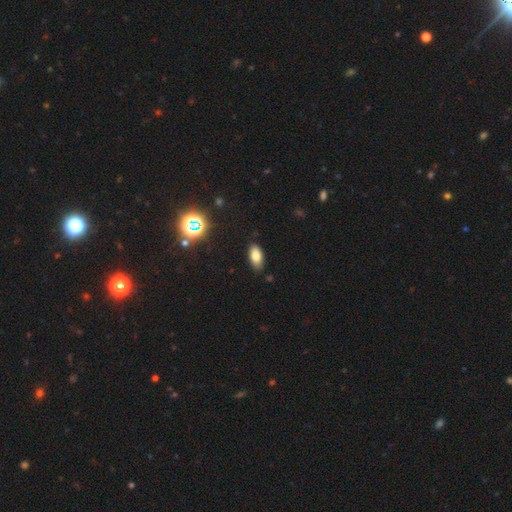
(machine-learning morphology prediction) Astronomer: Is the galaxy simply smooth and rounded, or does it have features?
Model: smooth — 77%.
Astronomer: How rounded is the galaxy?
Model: in between — 89%.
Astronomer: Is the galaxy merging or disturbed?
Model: none — 86%.